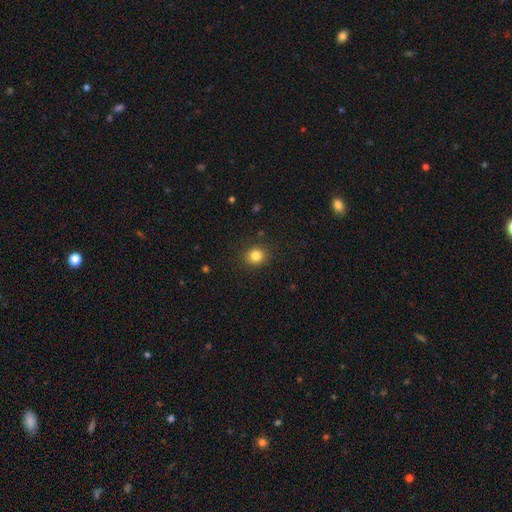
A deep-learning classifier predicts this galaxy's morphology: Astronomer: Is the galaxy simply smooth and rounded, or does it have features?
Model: smooth — 82%.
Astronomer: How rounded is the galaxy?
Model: round — 80%.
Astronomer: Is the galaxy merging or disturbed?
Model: none — 89%.